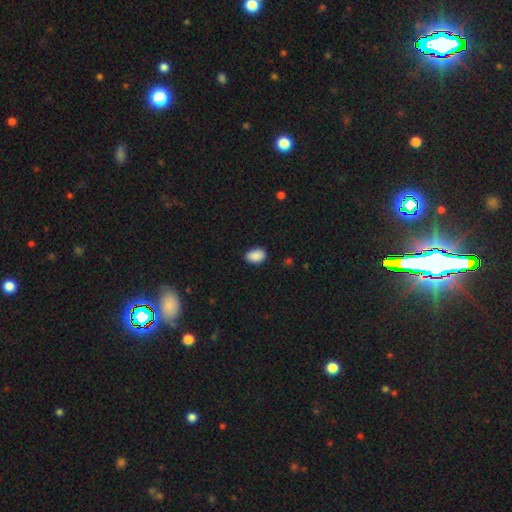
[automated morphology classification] Q: Smooth or featured?
A: smooth (90%); runner-up: star or artifact (7%)
Q: How rounded?
A: in between (85%); runner-up: round (14%)
Q: Merging?
A: none (86%); runner-up: minor disturbance (11%)